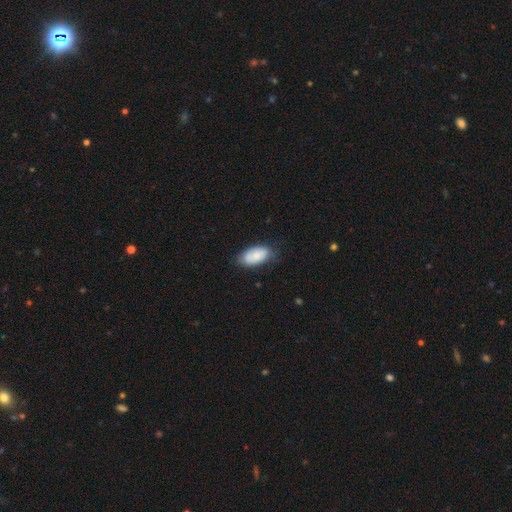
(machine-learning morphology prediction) This appears to be a smooth galaxy with no disk features (78%) that is in between round and cigar-shaped (94%). Merging: none (69%).